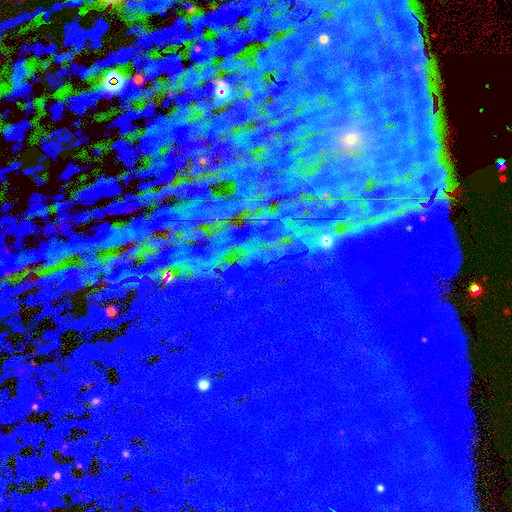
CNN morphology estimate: A star or artifact, not a galaxy (83%).

Vote fractions:
- Smooth or featured? star or artifact: 83% / smooth: 10% / featured or disk: 7%